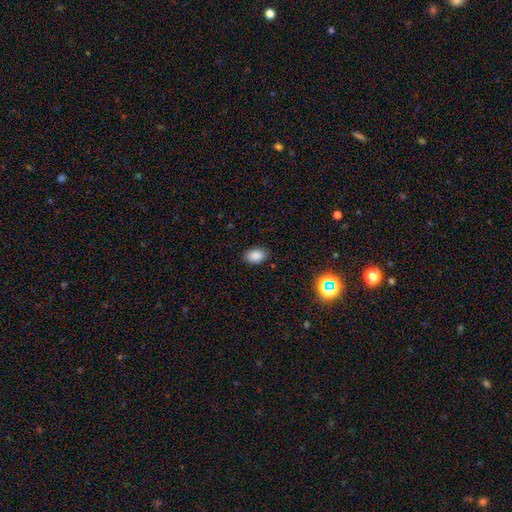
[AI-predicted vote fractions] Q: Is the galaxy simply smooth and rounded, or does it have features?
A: smooth — 86%.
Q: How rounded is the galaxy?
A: in between — 88%.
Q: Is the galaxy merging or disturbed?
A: none — 86%.